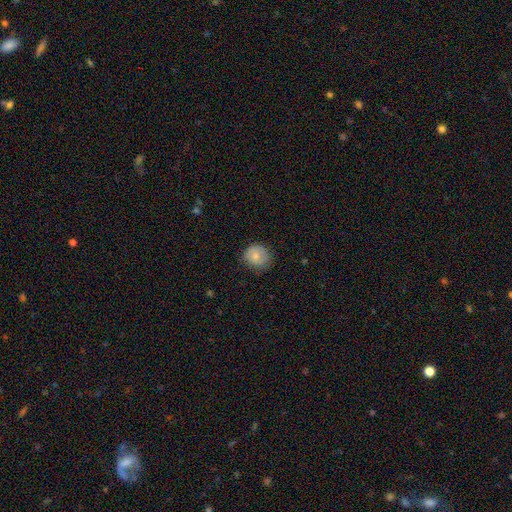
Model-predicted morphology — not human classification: Smooth or featured? Predicted: smooth (p=0.77). How rounded? Predicted: round (p=0.82). Merging? Predicted: none (p=0.75).